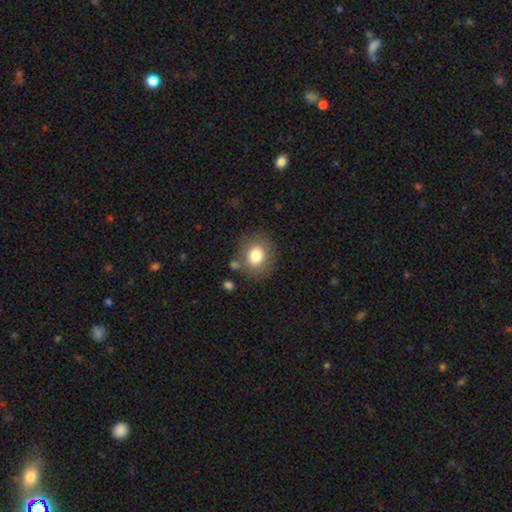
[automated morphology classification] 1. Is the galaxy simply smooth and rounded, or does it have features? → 79% smooth, 12% featured or disk, 10% star or artifact.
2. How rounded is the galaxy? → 68% round, 32% in between, 1% cigar-shaped.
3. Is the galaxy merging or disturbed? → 78% none, 12% minor disturbance, 5% merger, 5% major disturbance.